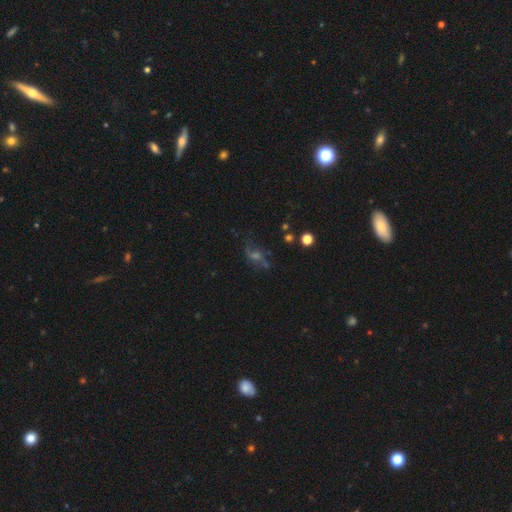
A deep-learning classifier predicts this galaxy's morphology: Smooth or featured: featured or disk — 39% (star or artifact — 34%)
Merging: none — 57% (major disturbance — 19%)